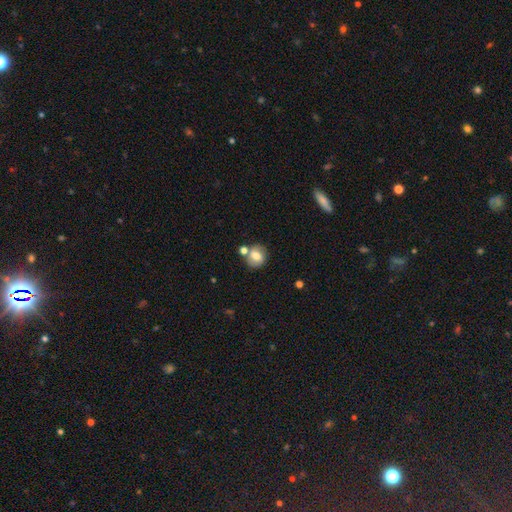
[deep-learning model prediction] Overall: smooth (68%). How rounded: round (74%). Merging: none (60%; merger 22%).